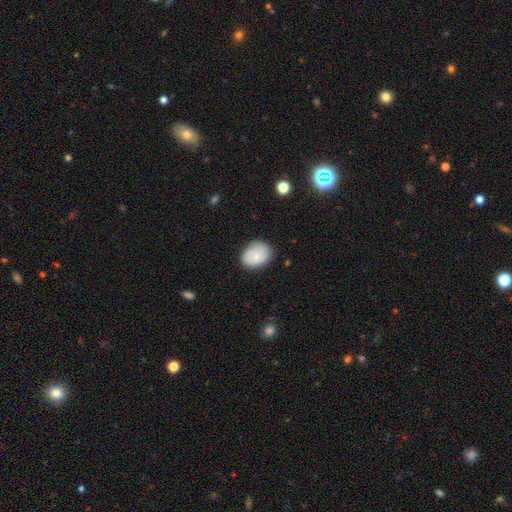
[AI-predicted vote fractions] smooth 77%, featured or disk 16%, star or artifact 7%. Down the decision tree: how rounded — in between (69%); merging — none (76%).